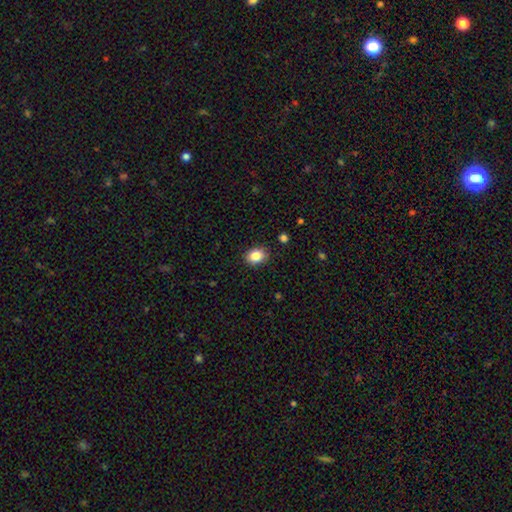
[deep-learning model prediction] smooth_or_featured: smooth (p=0.86) [alt: star or artifact p=0.09]
how_rounded: in between (p=0.59) [alt: round p=0.40]
merging: none (p=0.87) [alt: minor disturbance p=0.10]